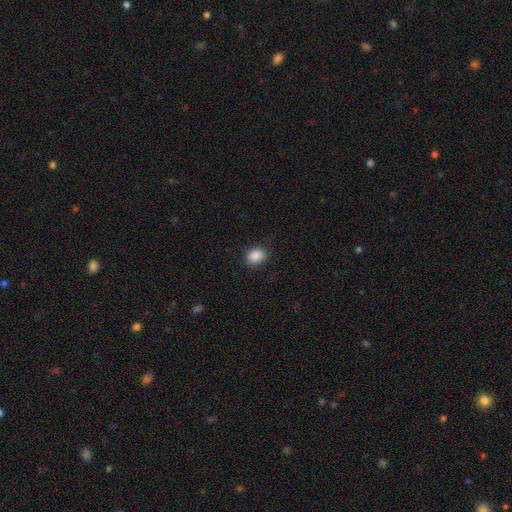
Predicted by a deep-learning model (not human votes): smooth_or_featured: smooth (p=0.88) [alt: star or artifact p=0.09]
how_rounded: in between (p=0.58) [alt: round p=0.41]
merging: none (p=0.84) [alt: minor disturbance p=0.12]